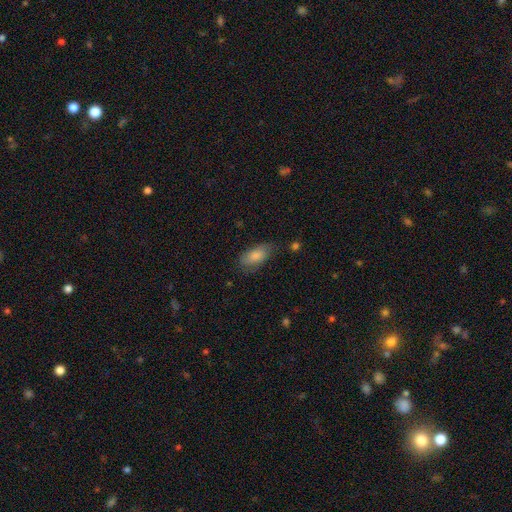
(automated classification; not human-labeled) smooth 81%, featured or disk 12%, star or artifact 7%. Down the decision tree: how rounded — in between (91%); merging — none (65%).